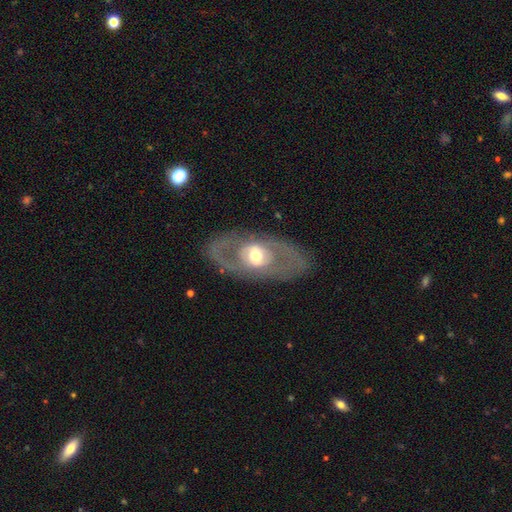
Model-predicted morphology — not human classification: Smooth or featured?
  - featured or disk: 70% *
  - smooth: 25%
  - star or artifact: 6%
Edge-on disk?
  - no: 89% *
  - yes: 11%
Bar?
  - no: 57% *
  - weak: 28%
  - strong: 15%
Spiral arms?
  - no: 64% *
  - yes: 36%
Bulge size?
  - moderate: 64% *
  - large: 17%
  - small: 16%
  - dominant: 2%
  - none: 1%
Merging?
  - none: 79% *
  - minor disturbance: 12%
  - major disturbance: 8%
  - merger: 1%